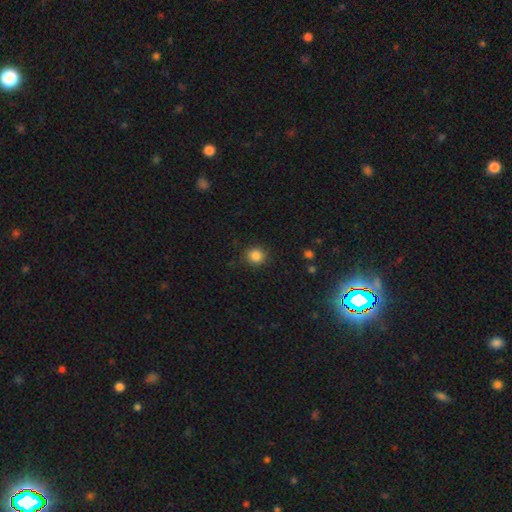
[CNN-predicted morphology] smooth_or_featured: smooth (p=0.85) [alt: star or artifact p=0.11]
how_rounded: round (p=0.89) [alt: in between p=0.10]
merging: none (p=0.89) [alt: minor disturbance p=0.08]